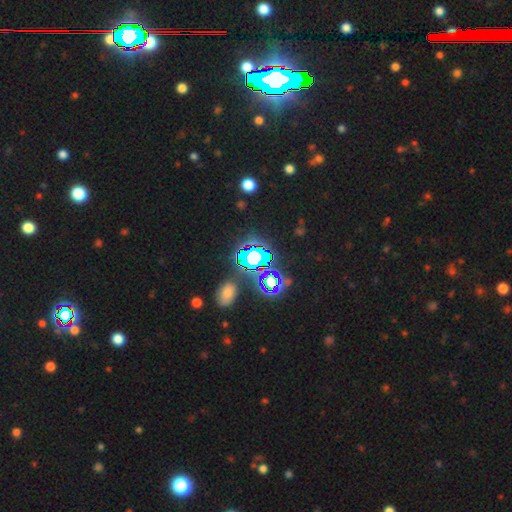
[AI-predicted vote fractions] Smooth or featured? star or artifact (77%)